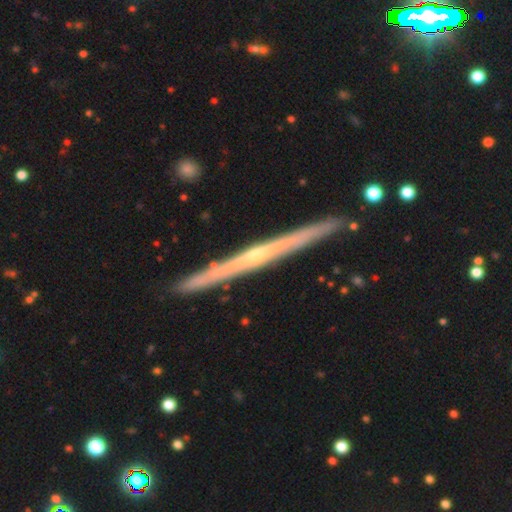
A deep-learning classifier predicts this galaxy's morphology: Smooth or featured?
  - featured or disk: 80% *
  - smooth: 15%
  - star or artifact: 6%
Edge-on disk?
  - yes: 97% *
  - no: 3%
Edge-on bulge?
  - rounded: 51% *
  - none: 46%
  - boxy: 4%
Merging?
  - none: 90% *
  - minor disturbance: 7%
  - merger: 1%
  - major disturbance: 1%